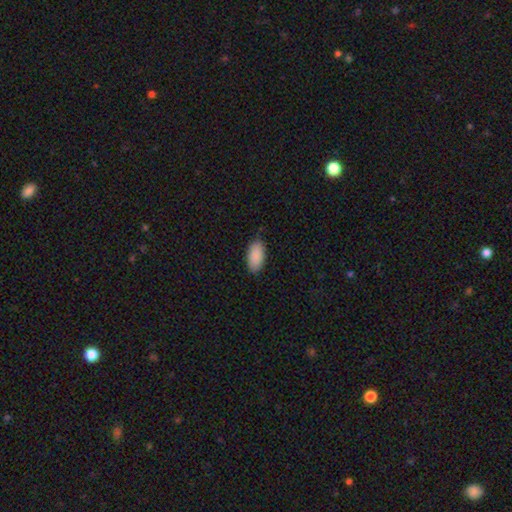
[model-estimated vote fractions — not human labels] smooth 90%, star or artifact 6%, featured or disk 4%. Down the decision tree: how rounded — in between (93%); merging — none (82%).